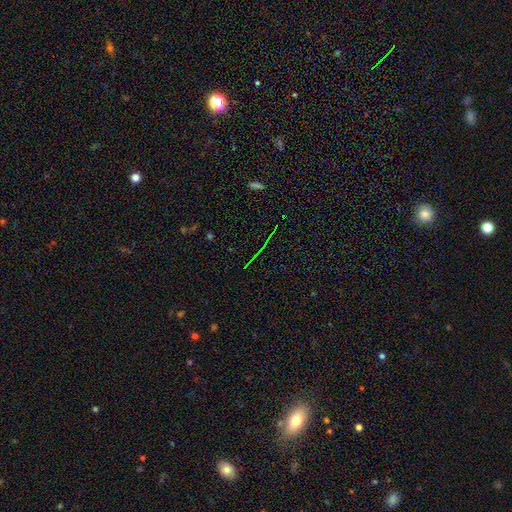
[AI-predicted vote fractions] Q: Smooth or featured?
A: star or artifact (74%); runner-up: featured or disk (13%)